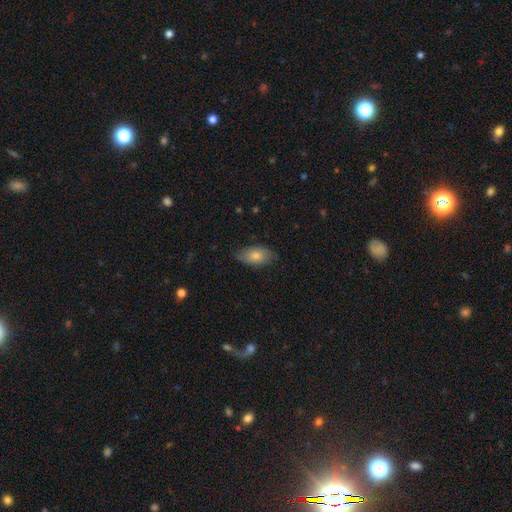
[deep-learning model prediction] Smooth or featured?
  - smooth: 65% *
  - featured or disk: 26%
  - star or artifact: 9%
How rounded?
  - in between: 90% *
  - round: 7%
  - cigar-shaped: 3%
Merging?
  - none: 74% *
  - minor disturbance: 21%
  - major disturbance: 4%
  - merger: 1%